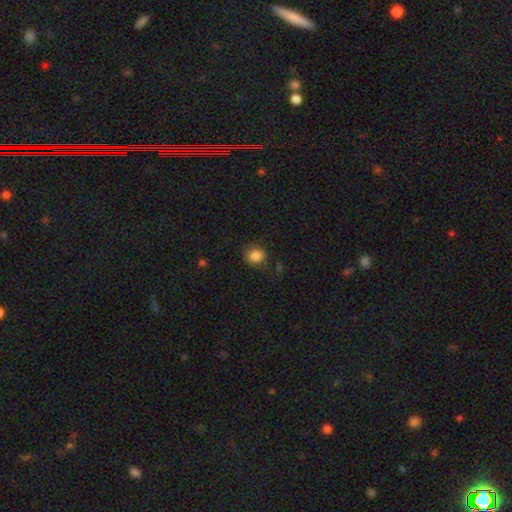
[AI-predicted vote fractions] Smooth or featured?
  - smooth: 85% *
  - star or artifact: 10%
  - featured or disk: 5%
How rounded?
  - round: 73% *
  - in between: 26%
  - cigar-shaped: 1%
Merging?
  - none: 78% *
  - minor disturbance: 16%
  - major disturbance: 5%
  - merger: 1%